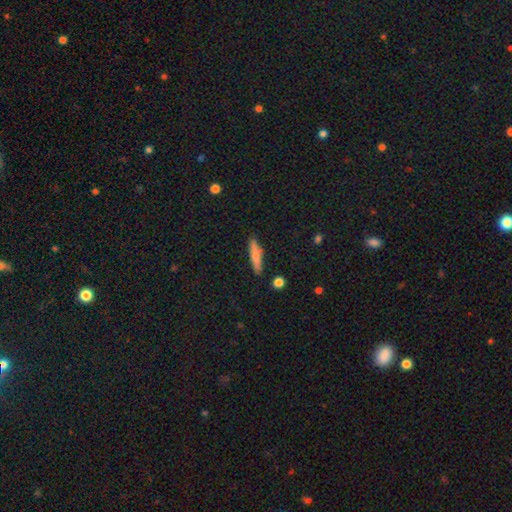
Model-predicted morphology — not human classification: Smooth or featured?
  - smooth: 72% *
  - featured or disk: 21%
  - star or artifact: 7%
How rounded?
  - cigar-shaped: 87% *
  - in between: 11%
  - round: 2%
Merging?
  - none: 84% *
  - minor disturbance: 11%
  - merger: 3%
  - major disturbance: 2%